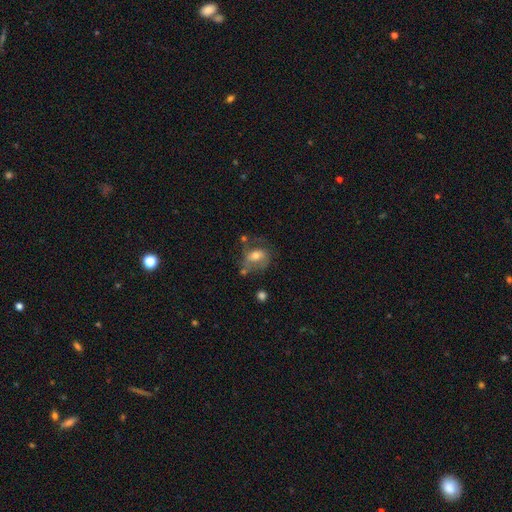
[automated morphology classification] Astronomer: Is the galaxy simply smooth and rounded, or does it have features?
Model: smooth — 49% (runner-up: featured or disk, 41%).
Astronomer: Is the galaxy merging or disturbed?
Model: none — 41% (runner-up: minor disturbance, 24%).